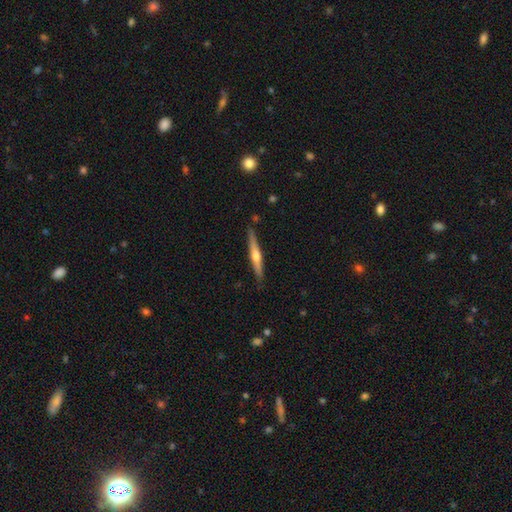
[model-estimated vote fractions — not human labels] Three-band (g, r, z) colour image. It shows a featured or disk galaxy (62%) viewed edge-on (97%) with a rounded central bulge (87%). Merging: none (86%).